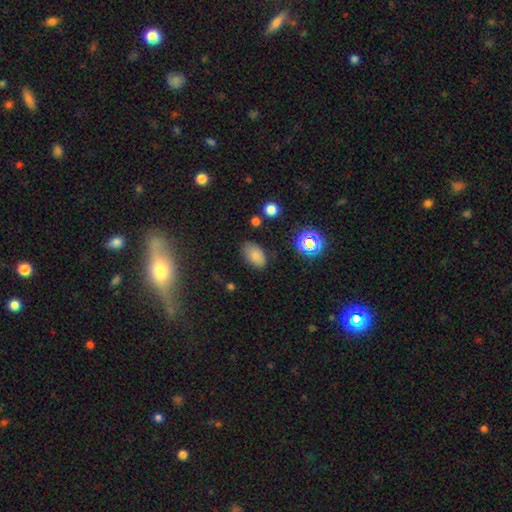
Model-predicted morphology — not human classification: This appears to be a smooth galaxy with no disk features (77%) that is in between round and cigar-shaped (91%). Merging: none (78%).